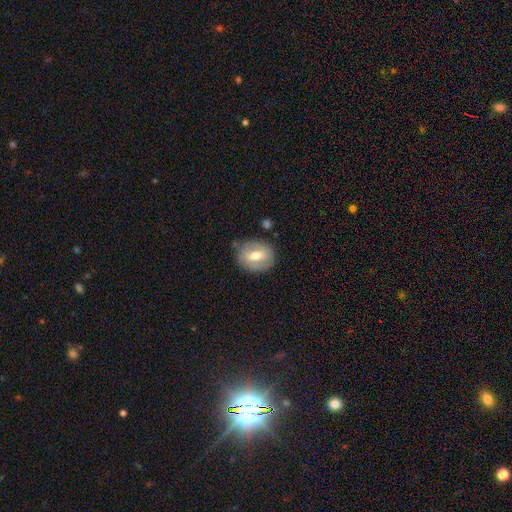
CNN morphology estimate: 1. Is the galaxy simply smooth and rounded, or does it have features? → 50% smooth, 43% featured or disk, 7% star or artifact.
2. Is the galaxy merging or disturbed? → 76% none, 17% minor disturbance, 5% major disturbance, 2% merger.